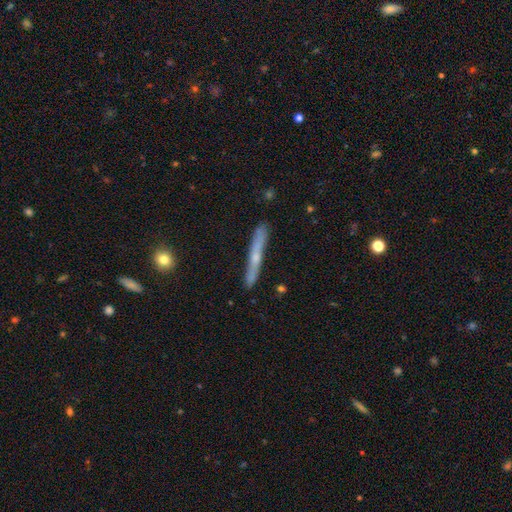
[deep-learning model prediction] smooth_or_featured: featured or disk (p=0.57) [alt: smooth p=0.36]
disk_edge_on: yes (p=0.94) [alt: no p=0.06]
edge_on_bulge: rounded (p=0.53) [alt: none p=0.42]
merging: none (p=0.84) [alt: minor disturbance p=0.12]